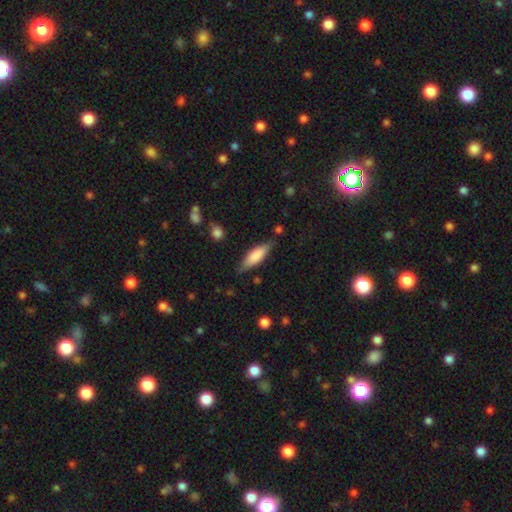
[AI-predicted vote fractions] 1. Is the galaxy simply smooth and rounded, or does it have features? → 75% smooth, 19% featured or disk, 6% star or artifact.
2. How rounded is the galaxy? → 51% in between, 47% cigar-shaped, 2% round.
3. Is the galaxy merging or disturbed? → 76% none, 18% minor disturbance, 4% major disturbance, 2% merger.